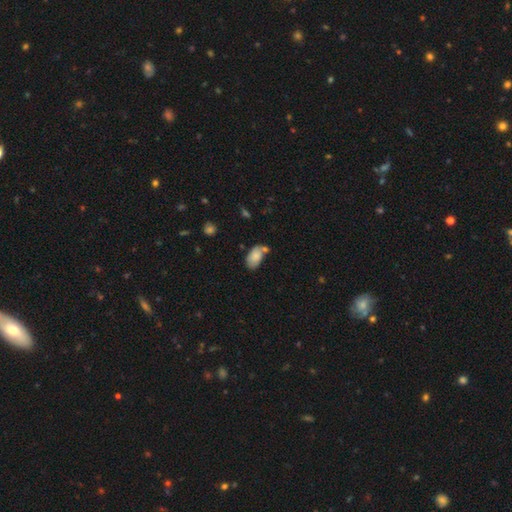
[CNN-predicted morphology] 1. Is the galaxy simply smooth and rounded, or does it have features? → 81% smooth, 11% featured or disk, 8% star or artifact.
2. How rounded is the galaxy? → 93% in between, 6% round, 2% cigar-shaped.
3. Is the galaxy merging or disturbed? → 48% none, 23% minor disturbance, 22% merger, 7% major disturbance.